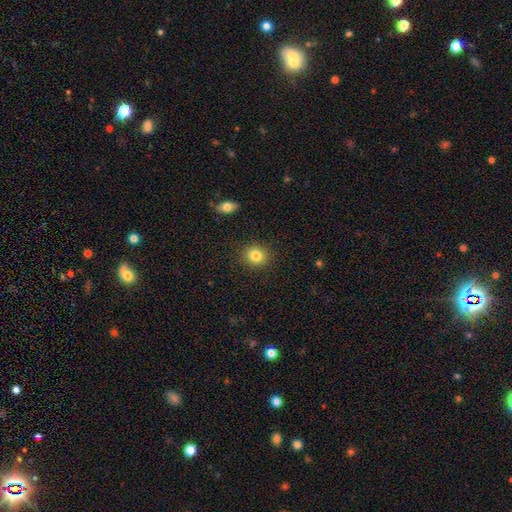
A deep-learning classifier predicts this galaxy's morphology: The model was most divided on "how rounded": round: 78%, in between: 21%, cigar-shaped: 1%. More confident: merging — none (89%); smooth or featured — smooth (83%).